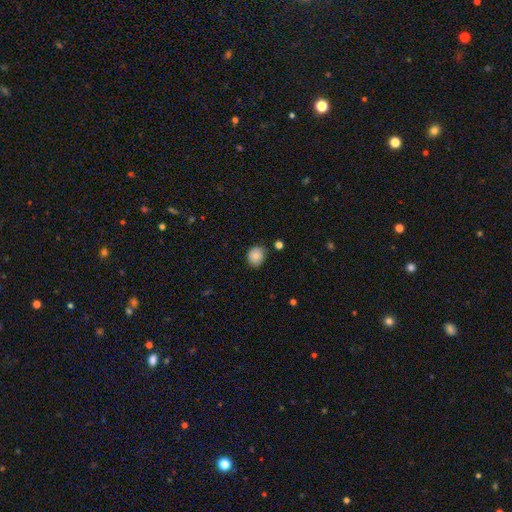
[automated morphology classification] Overall: smooth (84%). How rounded: round (73%). Merging: none (75%).